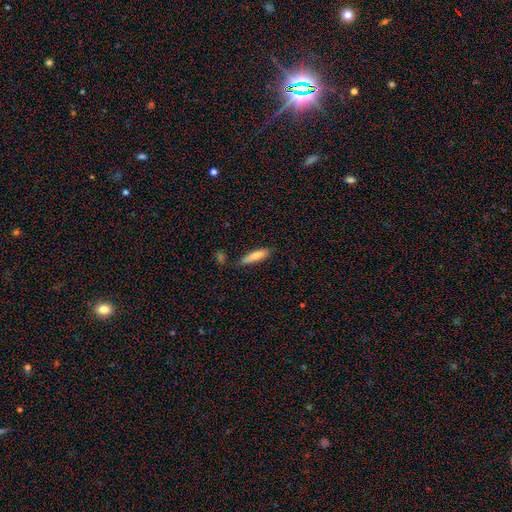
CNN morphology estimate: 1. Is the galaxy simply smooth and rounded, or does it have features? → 76% smooth, 18% featured or disk, 6% star or artifact.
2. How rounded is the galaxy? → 69% cigar-shaped, 29% in between, 2% round.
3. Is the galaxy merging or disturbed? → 73% none, 20% minor disturbance, 4% merger, 4% major disturbance.